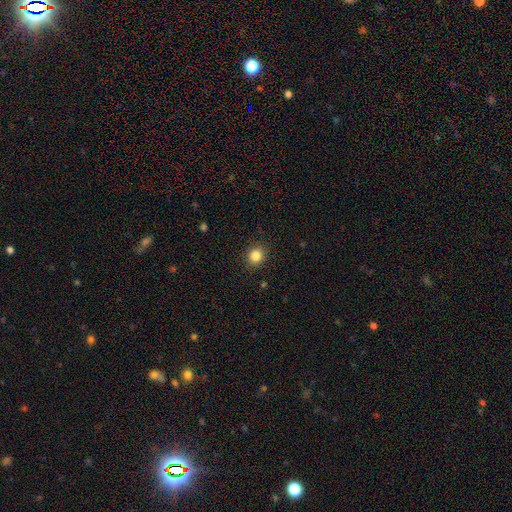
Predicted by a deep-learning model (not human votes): Smooth or featured: smooth — 85% (star or artifact — 11%)
How rounded: round — 83% (in between — 16%)
Merging: none — 89% (minor disturbance — 7%)